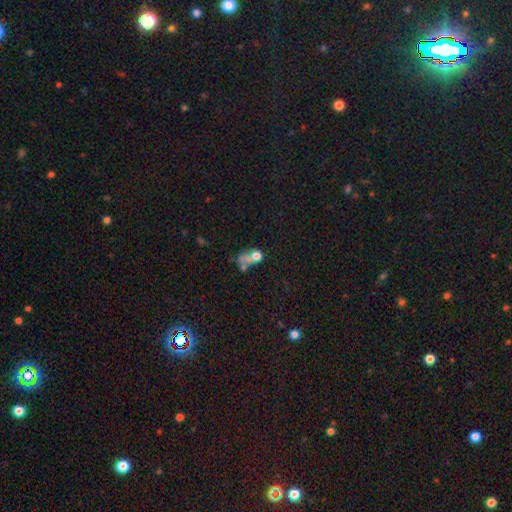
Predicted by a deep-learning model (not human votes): The model was most divided on "how rounded": in between: 54%, round: 43%, cigar-shaped: 3%. Remaining: smooth or featured — smooth (56%); merging — merger (45%).